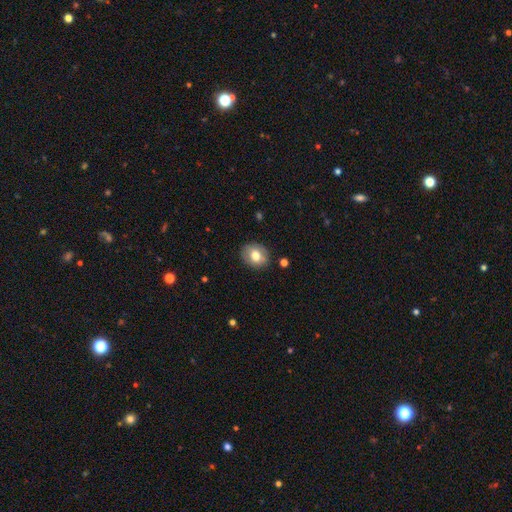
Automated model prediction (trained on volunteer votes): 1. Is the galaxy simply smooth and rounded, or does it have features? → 73% smooth, 19% featured or disk, 8% star or artifact.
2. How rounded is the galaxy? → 57% round, 42% in between, 1% cigar-shaped.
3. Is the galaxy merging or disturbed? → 84% none, 12% minor disturbance, 3% major disturbance, 1% merger.